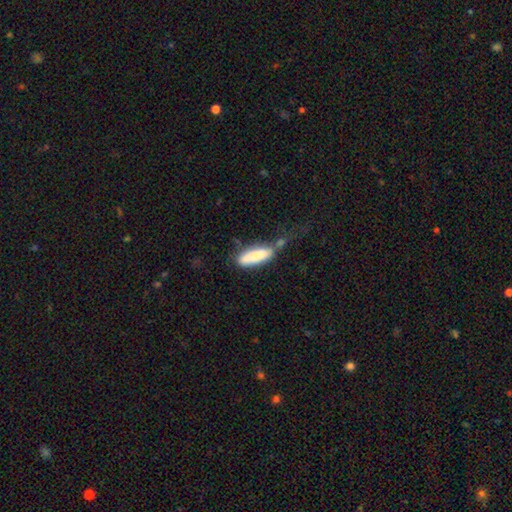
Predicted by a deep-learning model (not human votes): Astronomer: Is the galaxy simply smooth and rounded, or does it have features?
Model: smooth — 80%.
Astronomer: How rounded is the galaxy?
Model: in between — 49%, tied with cigar-shaped at 49%.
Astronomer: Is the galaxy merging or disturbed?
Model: none — 42% (runner-up: minor disturbance, 25%).